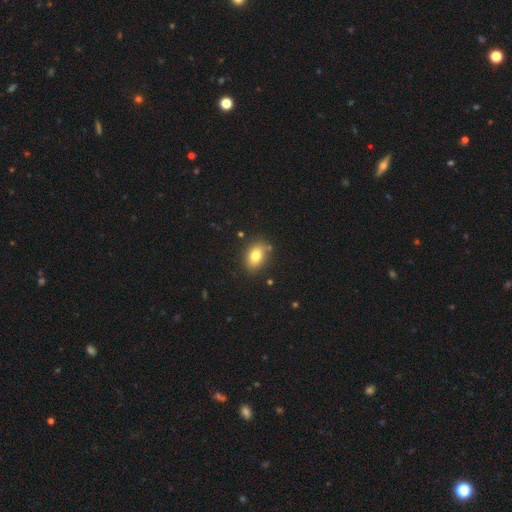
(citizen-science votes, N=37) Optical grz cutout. It shows a smooth galaxy with no disk features (86%) that is in between round and cigar-shaped (81%). Merging: none (94%).